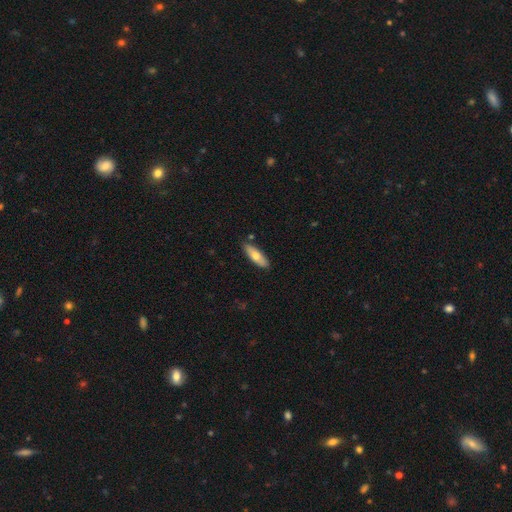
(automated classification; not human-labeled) Q: Smooth or featured?
A: smooth (66%); runner-up: featured or disk (28%)
Q: How rounded?
A: in between (60%); runner-up: cigar-shaped (38%)
Q: Merging?
A: none (86%); runner-up: minor disturbance (10%)